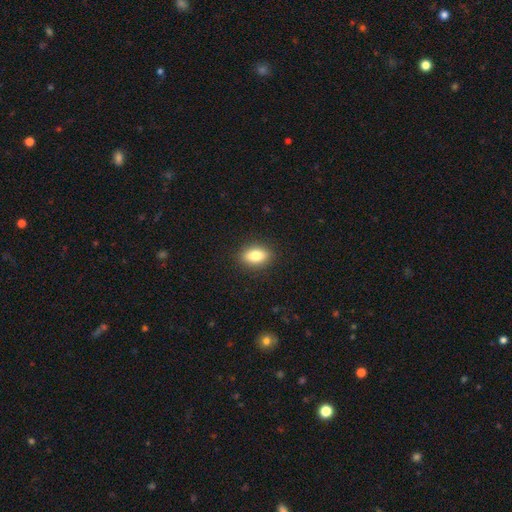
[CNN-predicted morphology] smooth-or-featured: smooth: 81% | featured or disk: 11% | star or artifact: 8%
  how-rounded: in between: 82% | round: 14% | cigar-shaped: 4%
  merging: none: 90% | minor disturbance: 8% | major disturbance: 2% | merger: 1%